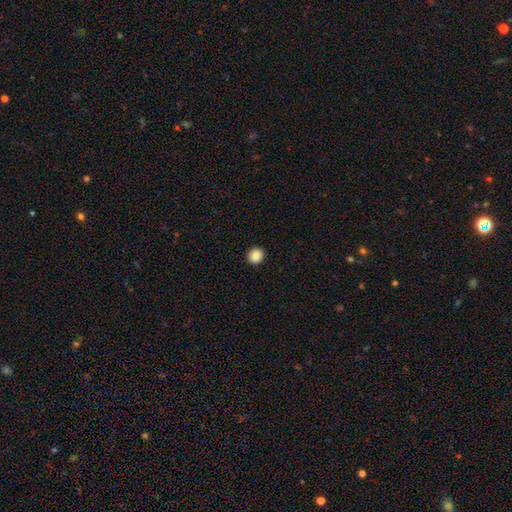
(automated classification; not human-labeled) smooth-or-featured: smooth: 87% | star or artifact: 9% | featured or disk: 3%
  how-rounded: round: 83% | in between: 16% | cigar-shaped: 1%
  merging: none: 93% | minor disturbance: 5% | major disturbance: 2% | merger: 1%